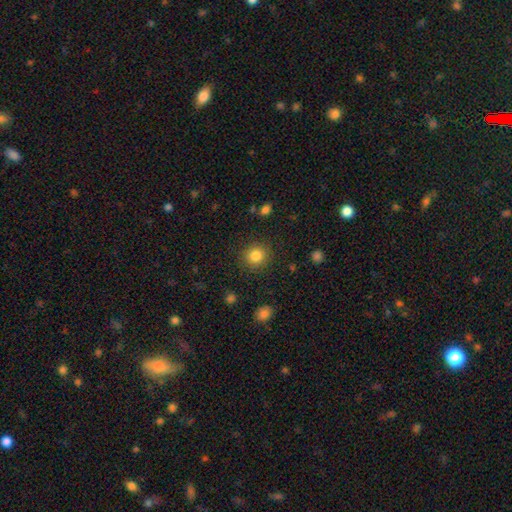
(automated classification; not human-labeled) Smooth or featured: smooth — 84% (star or artifact — 11%)
How rounded: round — 90% (in between — 9%)
Merging: none — 88% (minor disturbance — 7%)